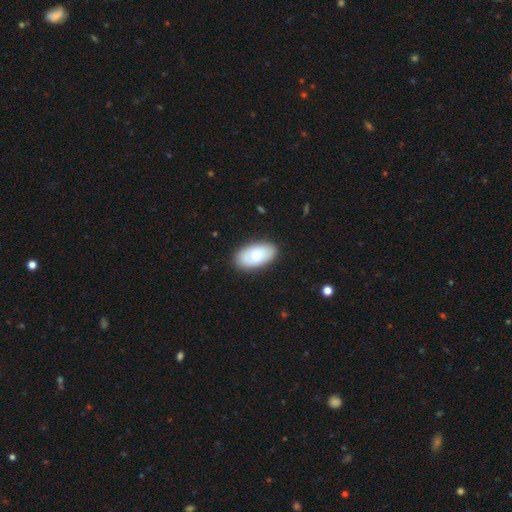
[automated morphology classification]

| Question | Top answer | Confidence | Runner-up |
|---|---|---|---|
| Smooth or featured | smooth | 68% | featured or disk (26%) |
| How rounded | in between | 94% | round (4%) |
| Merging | none | 88% | minor disturbance (9%) |